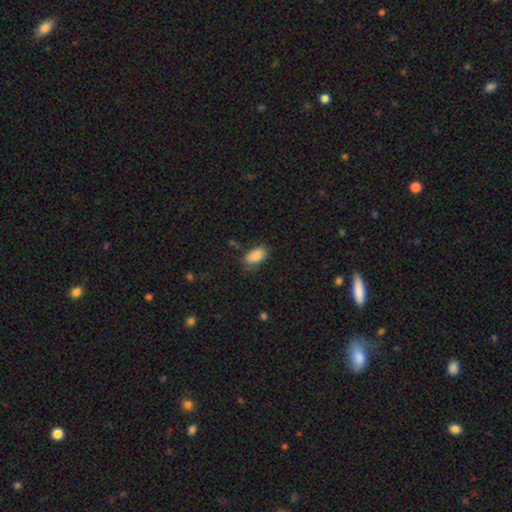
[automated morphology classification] type=smooth (88%); roundness=in between (92%); merging=none (71%).